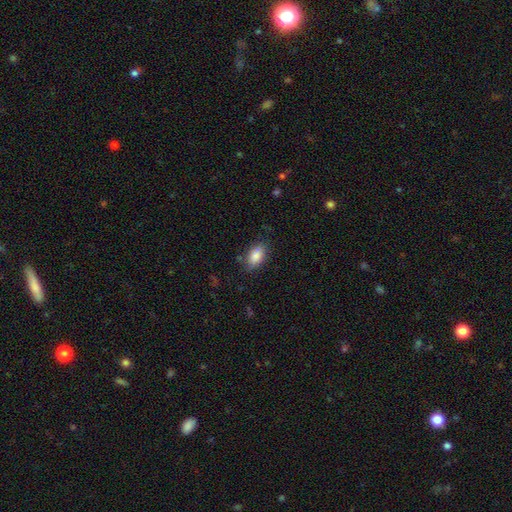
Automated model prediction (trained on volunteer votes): Smooth or featured: smooth — 86% (star or artifact — 7%)
How rounded: in between — 91% (round — 6%)
Merging: none — 78% (minor disturbance — 17%)